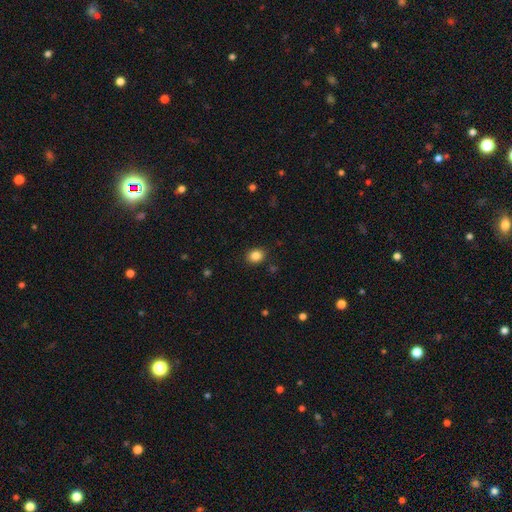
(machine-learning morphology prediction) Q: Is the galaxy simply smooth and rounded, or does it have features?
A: smooth — 85%.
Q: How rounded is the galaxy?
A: round — 52%.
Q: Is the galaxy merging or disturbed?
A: none — 88%.